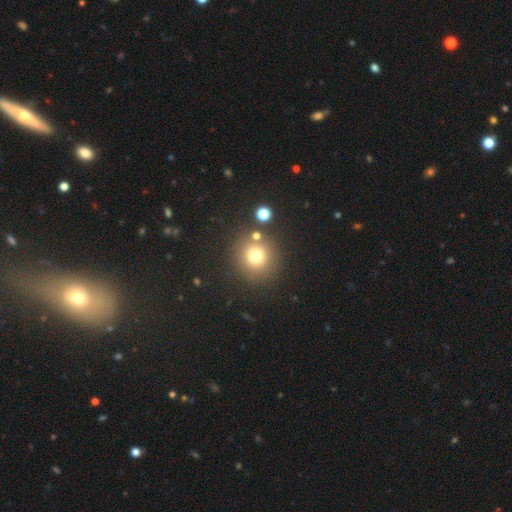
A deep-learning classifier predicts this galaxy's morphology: Smooth or featured?
  - smooth: 73% *
  - star or artifact: 17%
  - featured or disk: 10%
How rounded?
  - round: 93% *
  - in between: 7%
  - cigar-shaped: 1%
Merging?
  - none: 81% *
  - merger: 8%
  - minor disturbance: 8%
  - major disturbance: 4%